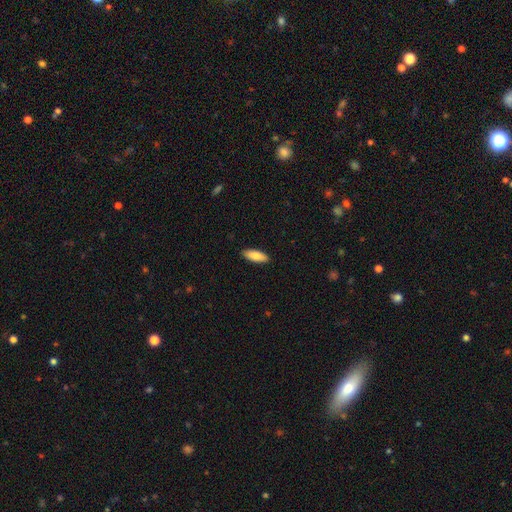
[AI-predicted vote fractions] Q: Smooth or featured?
A: smooth (85%); runner-up: featured or disk (10%)
Q: How rounded?
A: in between (66%); runner-up: cigar-shaped (32%)
Q: Merging?
A: none (89%); runner-up: minor disturbance (8%)